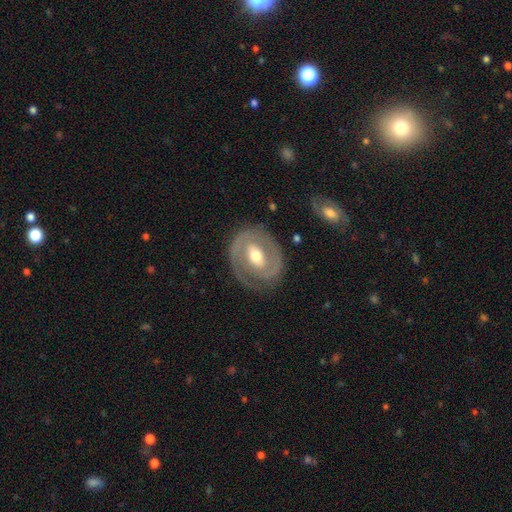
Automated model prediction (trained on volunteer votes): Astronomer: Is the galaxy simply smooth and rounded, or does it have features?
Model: featured or disk — 78%.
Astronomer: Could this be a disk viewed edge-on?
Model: no — 96%.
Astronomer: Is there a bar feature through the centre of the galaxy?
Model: weak — 42% (runner-up: strong, 31%).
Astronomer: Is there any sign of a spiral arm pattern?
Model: yes — 73%.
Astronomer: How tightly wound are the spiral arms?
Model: tight — 55% (runner-up: medium, 33%).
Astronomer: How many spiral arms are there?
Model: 2 — 67%.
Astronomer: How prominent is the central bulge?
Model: moderate — 70%.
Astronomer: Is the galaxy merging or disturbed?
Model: none — 77%.